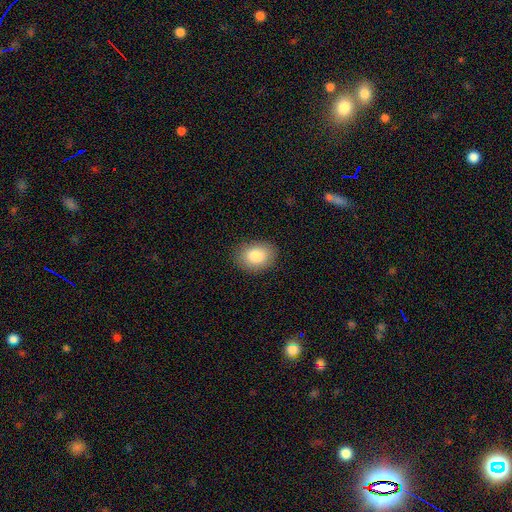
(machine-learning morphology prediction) Smooth or featured: smooth — 85% (star or artifact — 8%)
How rounded: in between — 72% (round — 27%)
Merging: none — 87% (minor disturbance — 9%)